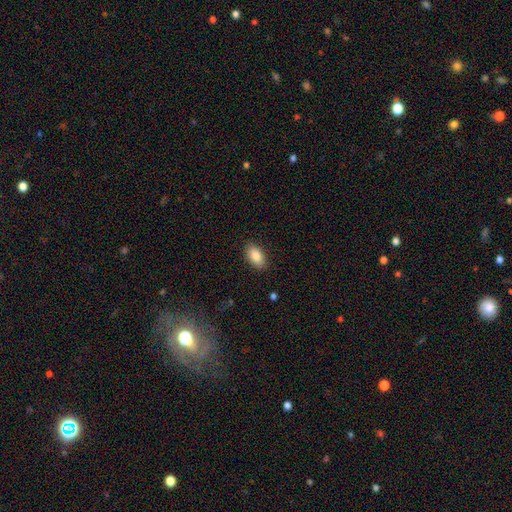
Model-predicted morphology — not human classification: Q: Smooth or featured?
A: smooth (86%); runner-up: star or artifact (7%)
Q: How rounded?
A: in between (93%); runner-up: round (5%)
Q: Merging?
A: none (87%); runner-up: minor disturbance (9%)